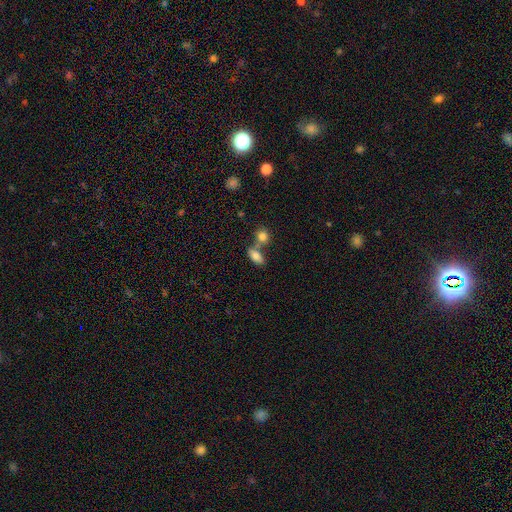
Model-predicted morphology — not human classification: Smooth or featured?
  - smooth: 82% *
  - featured or disk: 10%
  - star or artifact: 9%
How rounded?
  - in between: 86% *
  - round: 8%
  - cigar-shaped: 6%
Merging?
  - none: 48% *
  - merger: 37%
  - minor disturbance: 11%
  - major disturbance: 4%